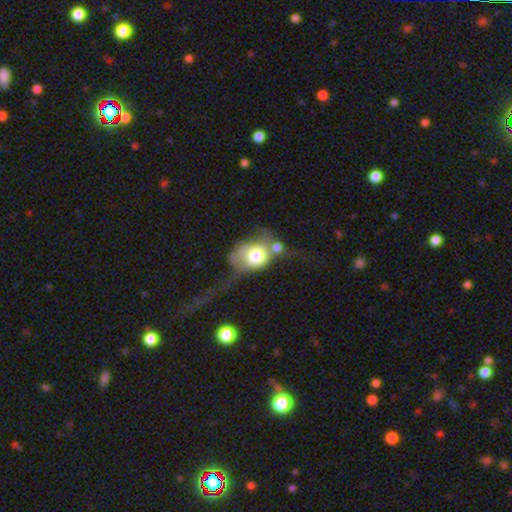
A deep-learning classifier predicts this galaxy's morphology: This is possibly a smooth galaxy (58%). How rounded: possibly round (53%). Merging: marginally major disturbance (41%).